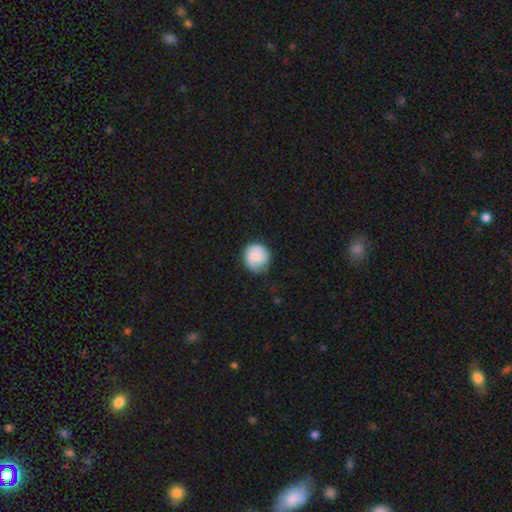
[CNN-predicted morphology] smooth-or-featured: smooth: 63% | featured or disk: 31% | star or artifact: 7%
  how-rounded: round: 88% | in between: 11% | cigar-shaped: 1%
  merging: none: 65% | minor disturbance: 26% | major disturbance: 7% | merger: 1%